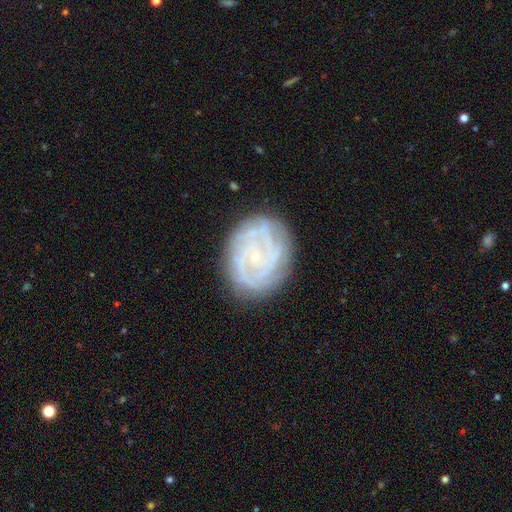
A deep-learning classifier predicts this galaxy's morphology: This appears to be a featured or disk galaxy (80%) with no bar (74%), tight (71%) spiral arms (89%) and a small central bulge (84%). Merging: none (79%).